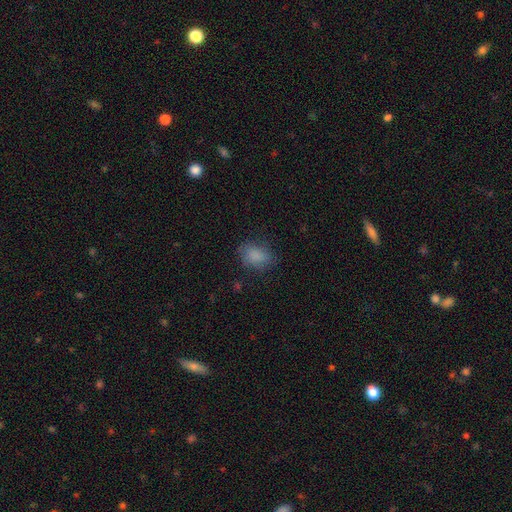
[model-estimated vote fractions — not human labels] Smooth or featured? smooth (83%)
How rounded? in between (75%)
Merging? none (70%)